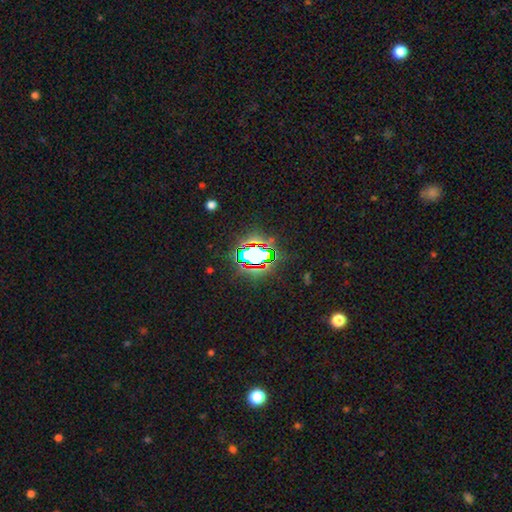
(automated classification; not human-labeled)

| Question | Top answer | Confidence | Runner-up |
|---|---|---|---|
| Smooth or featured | star or artifact | 70% | smooth (18%) |